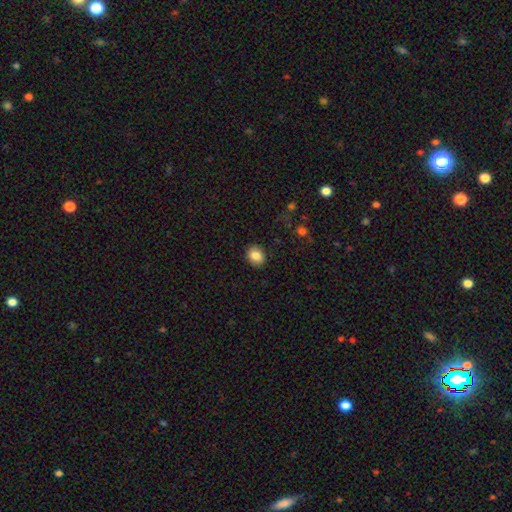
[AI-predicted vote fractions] Smooth or featured?
  - smooth: 84% *
  - star or artifact: 9%
  - featured or disk: 7%
How rounded?
  - round: 53% *
  - in between: 46%
  - cigar-shaped: 1%
Merging?
  - none: 89% *
  - minor disturbance: 8%
  - major disturbance: 2%
  - merger: 1%